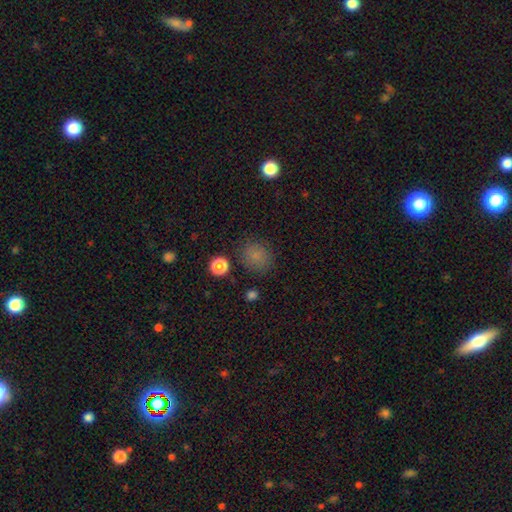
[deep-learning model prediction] The model was most divided on "how rounded": round: 69%, in between: 30%, cigar-shaped: 1%. More confident: merging — none (82%); smooth or featured — smooth (79%).